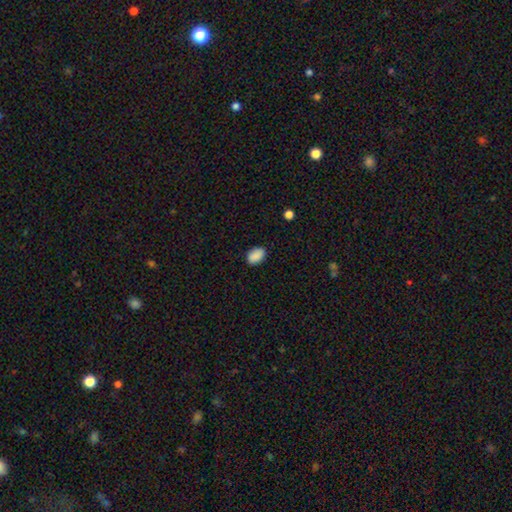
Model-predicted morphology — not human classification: Overall: smooth (89%). How rounded: in between (86%). Merging: none (83%).